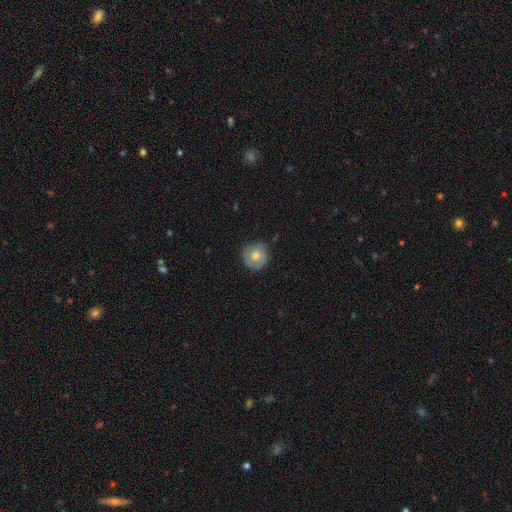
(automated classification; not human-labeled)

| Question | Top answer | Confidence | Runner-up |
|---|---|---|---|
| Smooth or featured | smooth | 56% | featured or disk (36%) |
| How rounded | round | 92% | in between (7%) |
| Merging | none | 81% | minor disturbance (14%) |